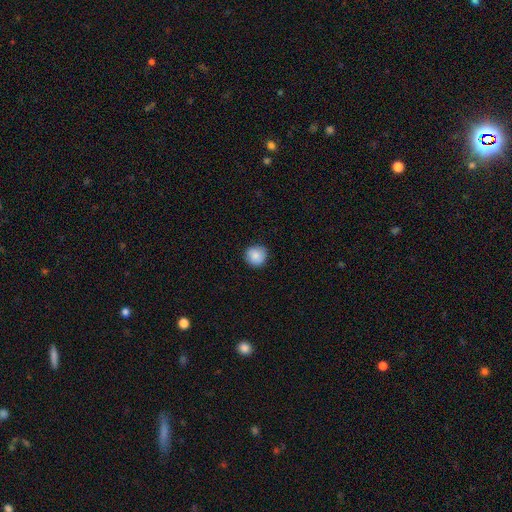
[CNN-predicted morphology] Q: Smooth or featured?
A: smooth (87%); runner-up: star or artifact (8%)
Q: How rounded?
A: round (93%); runner-up: in between (6%)
Q: Merging?
A: none (88%); runner-up: minor disturbance (9%)